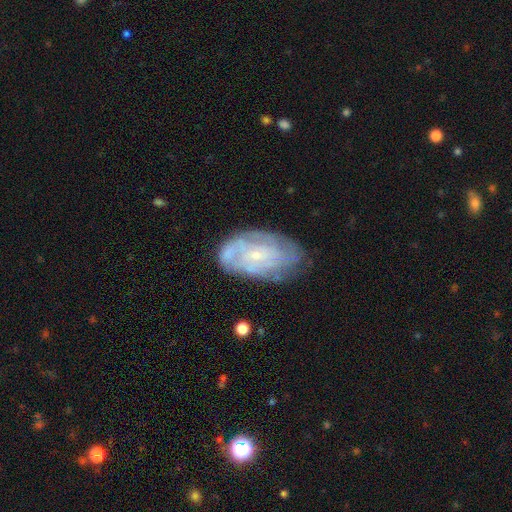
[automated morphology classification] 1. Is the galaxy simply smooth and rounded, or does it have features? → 71% featured or disk, 22% smooth, 7% star or artifact.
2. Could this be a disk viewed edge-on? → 95% no, 5% yes.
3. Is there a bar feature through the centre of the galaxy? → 74% no, 22% weak, 5% strong.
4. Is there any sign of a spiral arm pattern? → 74% yes, 26% no.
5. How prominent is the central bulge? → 79% small, 15% moderate, 4% none, 1% large, 1% dominant.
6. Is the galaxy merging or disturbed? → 62% none, 25% minor disturbance, 9% major disturbance, 3% merger.